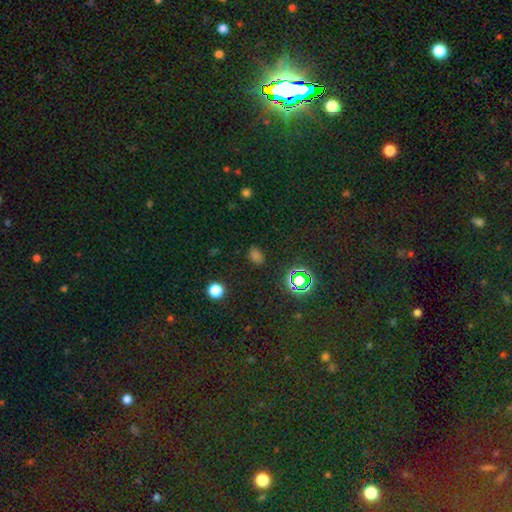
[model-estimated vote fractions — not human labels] Q: Smooth or featured?
A: smooth (62%); runner-up: star or artifact (32%)
Q: How rounded?
A: in between (70%); runner-up: round (28%)
Q: Merging?
A: none (83%); runner-up: minor disturbance (12%)